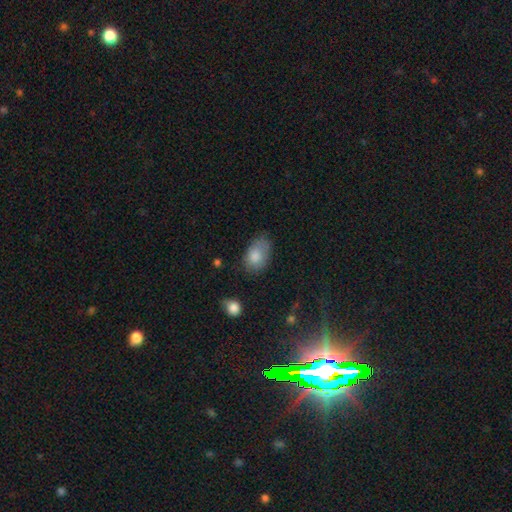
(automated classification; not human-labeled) smooth_or_featured: smooth (p=0.82) [alt: featured or disk p=0.11]
how_rounded: in between (p=0.87) [alt: round p=0.12]
merging: none (p=0.58) [alt: minor disturbance p=0.30]